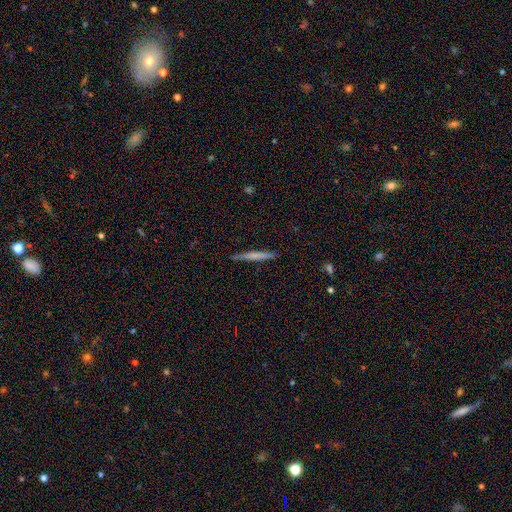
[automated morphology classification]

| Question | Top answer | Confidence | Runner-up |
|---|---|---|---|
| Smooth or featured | smooth | 63% | featured or disk (31%) |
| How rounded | cigar-shaped | 96% | in between (2%) |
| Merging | none | 89% | minor disturbance (8%) |